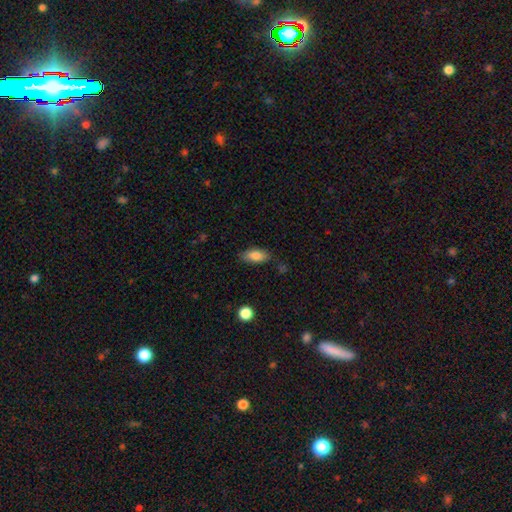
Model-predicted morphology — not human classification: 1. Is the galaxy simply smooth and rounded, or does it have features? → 82% smooth, 11% featured or disk, 7% star or artifact.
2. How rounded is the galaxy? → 85% in between, 11% cigar-shaped, 3% round.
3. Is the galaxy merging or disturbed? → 78% none, 16% minor disturbance, 3% major disturbance, 2% merger.